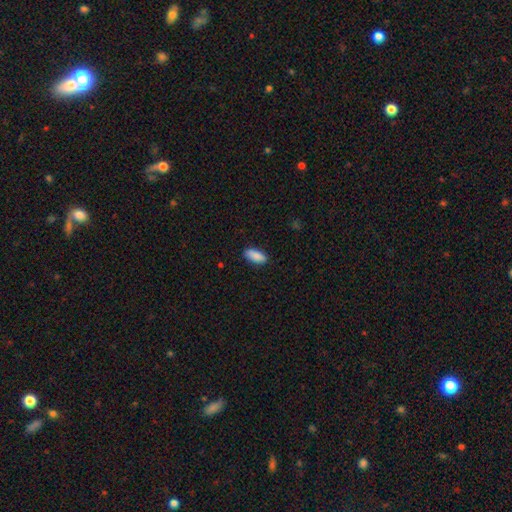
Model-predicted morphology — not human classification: Q: Smooth or featured?
A: smooth (89%); runner-up: star or artifact (6%)
Q: How rounded?
A: in between (84%); runner-up: cigar-shaped (14%)
Q: Merging?
A: none (87%); runner-up: minor disturbance (10%)